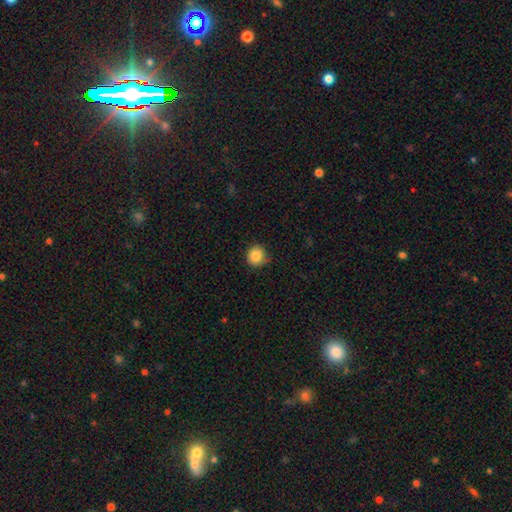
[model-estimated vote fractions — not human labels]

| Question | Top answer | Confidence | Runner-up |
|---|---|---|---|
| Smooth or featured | smooth | 86% | star or artifact (10%) |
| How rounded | round | 91% | in between (8%) |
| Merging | none | 79% | minor disturbance (17%) |